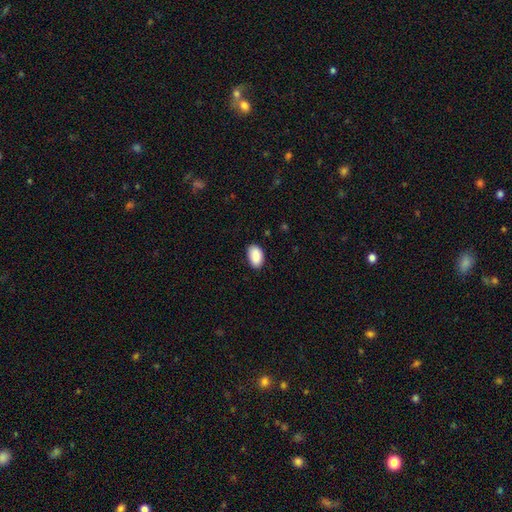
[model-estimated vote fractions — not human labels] A smooth galaxy with no disk features (90%) that is in between round and cigar-shaped (93%). Merging: none (84%).